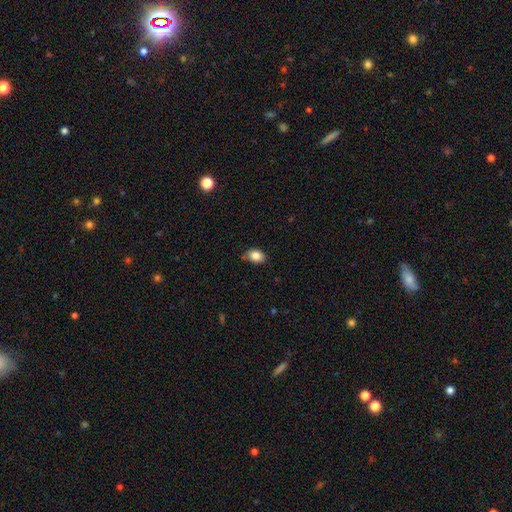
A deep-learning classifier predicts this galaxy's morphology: smooth_or_featured: smooth (p=0.85) [alt: star or artifact p=0.09]
how_rounded: in between (p=0.71) [alt: round p=0.28]
merging: none (p=0.75) [alt: minor disturbance p=0.19]